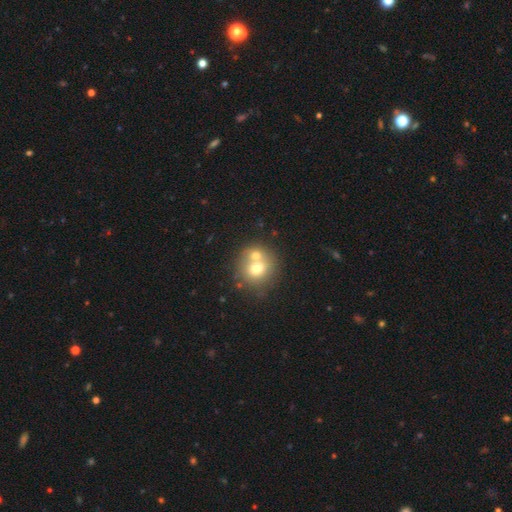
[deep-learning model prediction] Q: Smooth or featured?
A: smooth (67%); runner-up: featured or disk (22%)
Q: How rounded?
A: round (82%); runner-up: in between (17%)
Q: Merging?
A: merger (52%); runner-up: none (38%)